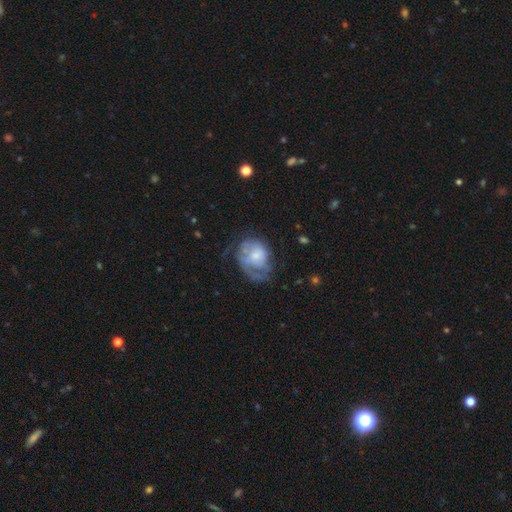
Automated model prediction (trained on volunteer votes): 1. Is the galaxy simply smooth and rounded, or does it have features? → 53% featured or disk, 39% smooth, 8% star or artifact.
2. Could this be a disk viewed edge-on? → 97% no, 3% yes.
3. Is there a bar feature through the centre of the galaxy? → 78% no, 20% weak, 3% strong.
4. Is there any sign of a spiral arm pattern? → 60% yes, 40% no.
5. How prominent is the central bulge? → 47% small, 34% moderate, 9% none, 8% large, 2% dominant.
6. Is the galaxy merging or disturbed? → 36% none, 35% major disturbance, 27% minor disturbance, 2% merger.